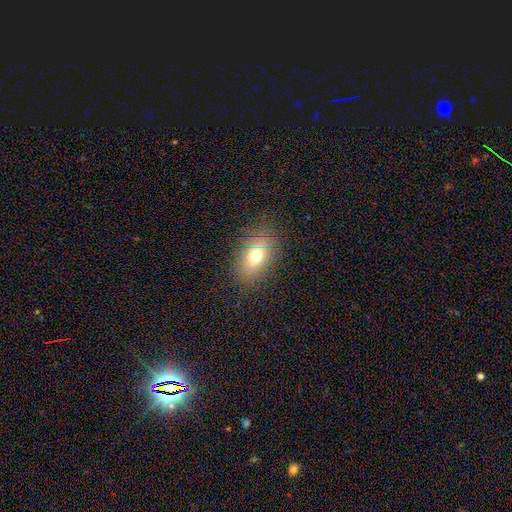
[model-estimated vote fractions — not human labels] Smooth or featured: smooth — 68% (featured or disk — 16%)
How rounded: in between — 77% (round — 20%)
Merging: none — 82% (minor disturbance — 11%)